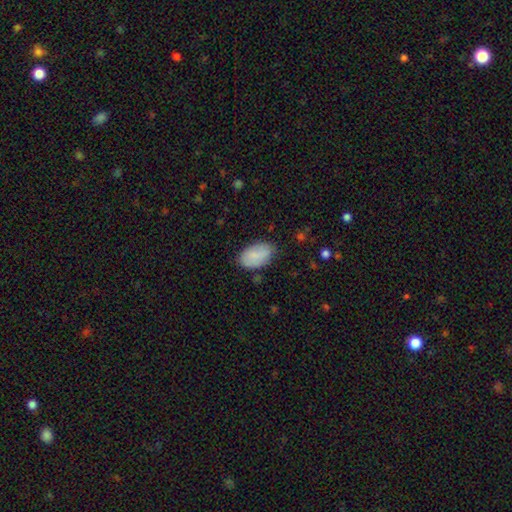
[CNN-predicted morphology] A smooth galaxy with no disk features (82%) that is in between round and cigar-shaped (94%).

Vote fractions:
- Smooth or featured? smooth: 82% / featured or disk: 11% / star or artifact: 7%
- How rounded? in between: 94% / round: 5% / cigar-shaped: 2%
- Merging? none: 75% / minor disturbance: 19% / major disturbance: 4% / merger: 2%